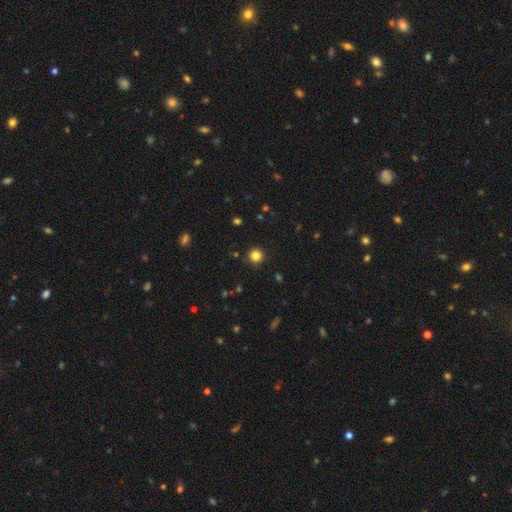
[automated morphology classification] Smooth or featured: smooth — 82% (star or artifact — 14%)
How rounded: round — 95% (in between — 4%)
Merging: none — 91% (minor disturbance — 5%)